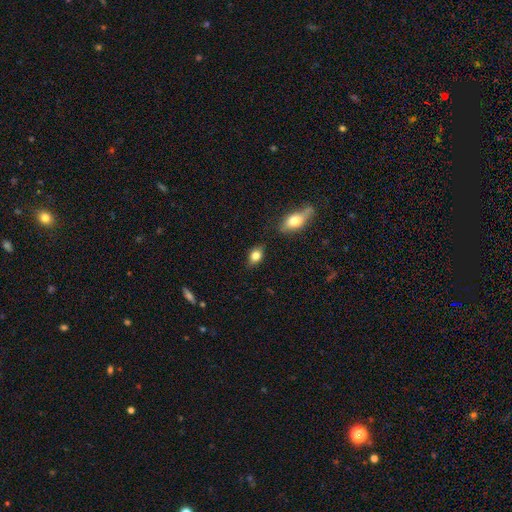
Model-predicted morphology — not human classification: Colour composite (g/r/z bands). It shows a smooth galaxy with no disk features (82%) that is in between round and cigar-shaped (76%). Merging: none (82%).